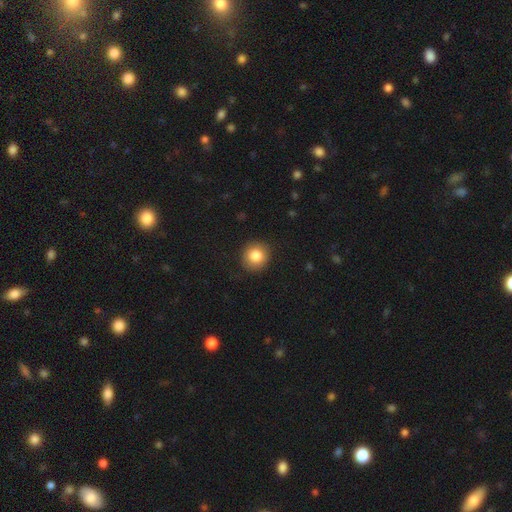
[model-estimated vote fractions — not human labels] A smooth galaxy with no disk features (83%) that is round (90%).

Vote fractions:
- Smooth or featured? smooth: 83% / star or artifact: 9% / featured or disk: 7%
- How rounded? round: 90% / in between: 9% / cigar-shaped: 1%
- Merging? none: 89% / minor disturbance: 8% / major disturbance: 2% / merger: 1%